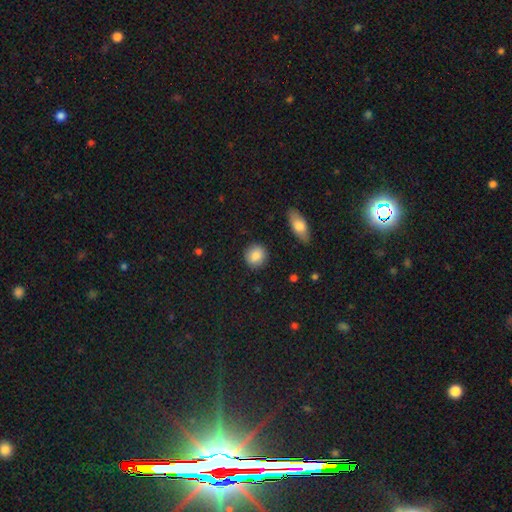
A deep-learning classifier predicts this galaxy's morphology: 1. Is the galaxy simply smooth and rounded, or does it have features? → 86% smooth, 7% star or artifact, 7% featured or disk.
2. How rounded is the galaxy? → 84% round, 15% in between, 2% cigar-shaped.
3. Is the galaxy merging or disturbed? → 89% none, 7% minor disturbance, 2% major disturbance, 1% merger.